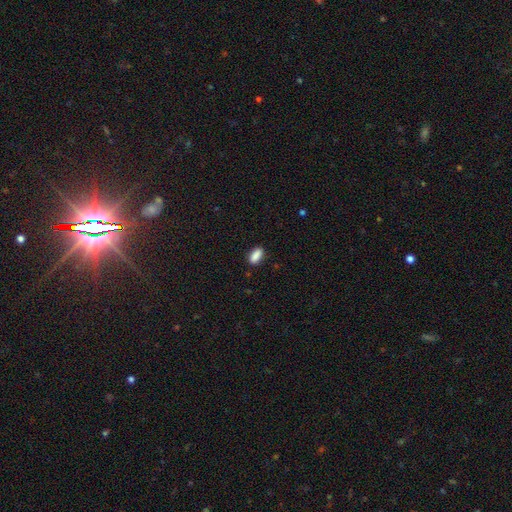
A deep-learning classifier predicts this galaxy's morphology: Overall: smooth (88%). How rounded: in between (84%). Merging: none (86%).